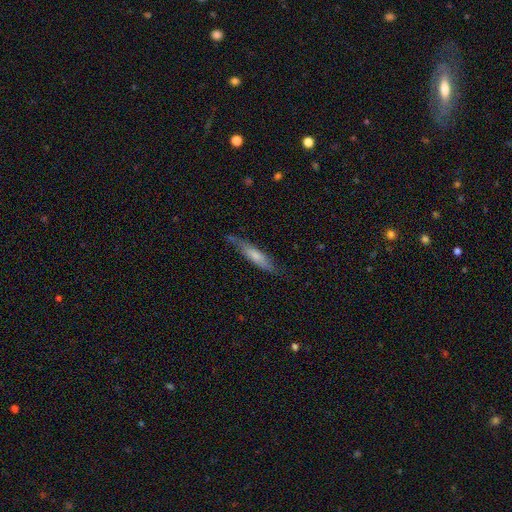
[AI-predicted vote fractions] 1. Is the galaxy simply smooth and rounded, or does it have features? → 61% smooth, 33% featured or disk, 6% star or artifact.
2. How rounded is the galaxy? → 82% cigar-shaped, 16% in between, 1% round.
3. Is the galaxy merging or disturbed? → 68% none, 24% minor disturbance, 6% major disturbance, 2% merger.